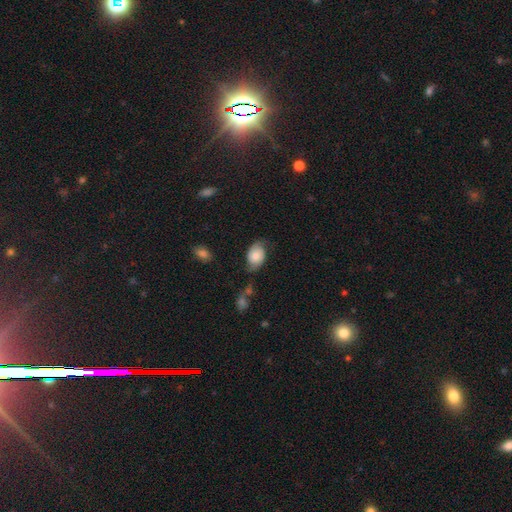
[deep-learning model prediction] A smooth galaxy with no disk features (61%) that is in between round and cigar-shaped (83%).

Vote fractions:
- Smooth or featured? smooth: 61% / featured or disk: 31% / star or artifact: 8%
- How rounded? in between: 83% / round: 16% / cigar-shaped: 1%
- Merging? none: 51% / minor disturbance: 30% / major disturbance: 14% / merger: 5%